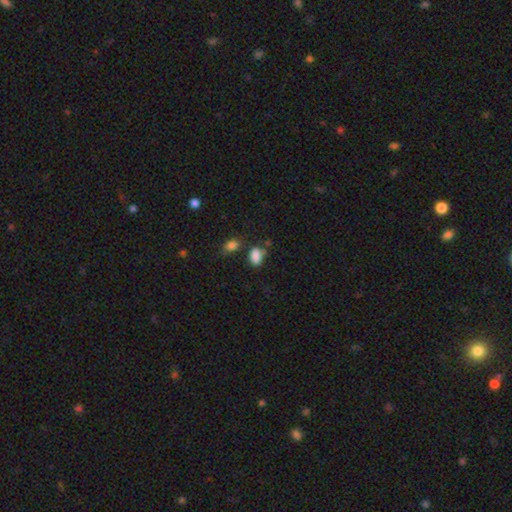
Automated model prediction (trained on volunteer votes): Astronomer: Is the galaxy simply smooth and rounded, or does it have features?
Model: smooth — 85%.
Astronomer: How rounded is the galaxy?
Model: in between — 86%.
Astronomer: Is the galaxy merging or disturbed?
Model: none — 58%.